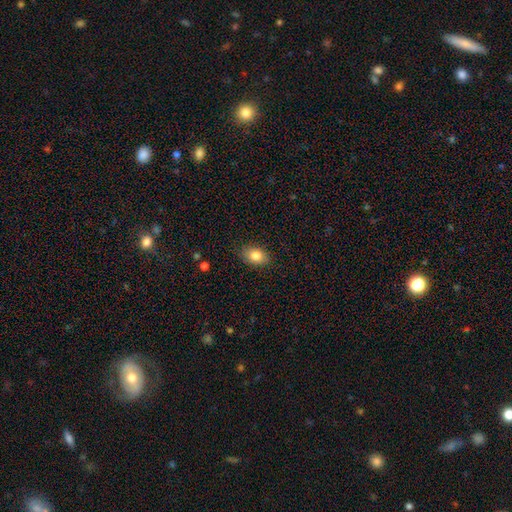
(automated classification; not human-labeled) Overall: smooth (84%). How rounded: in between (83%). Merging: none (84%).